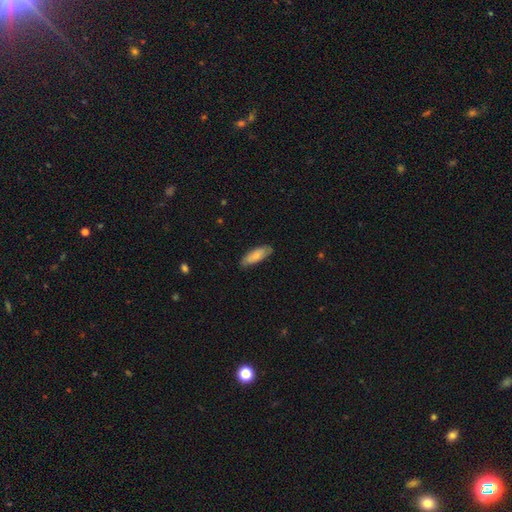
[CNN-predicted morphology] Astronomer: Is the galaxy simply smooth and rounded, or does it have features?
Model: smooth — 77%.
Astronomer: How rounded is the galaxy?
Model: in between — 63%.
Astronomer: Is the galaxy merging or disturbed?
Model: none — 79%.